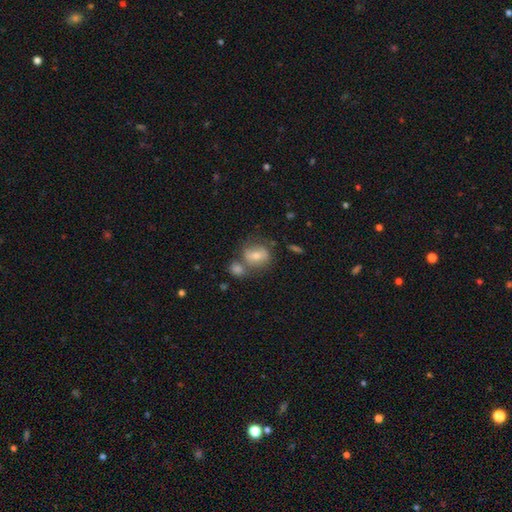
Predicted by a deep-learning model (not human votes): The model was most divided on "how rounded" (2-way tie): in between: 49%, round: 49%, cigar-shaped: 2%. More confident: smooth or featured — smooth (54%); merging — none (51%).